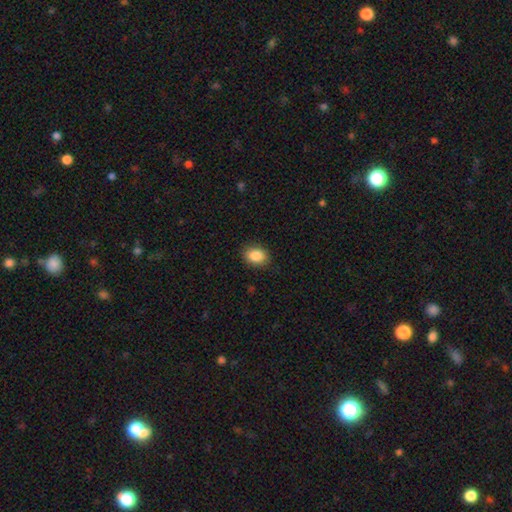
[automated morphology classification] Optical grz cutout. It shows a smooth galaxy with no disk features (87%) that is in between round and cigar-shaped (72%). Merging: none (88%).